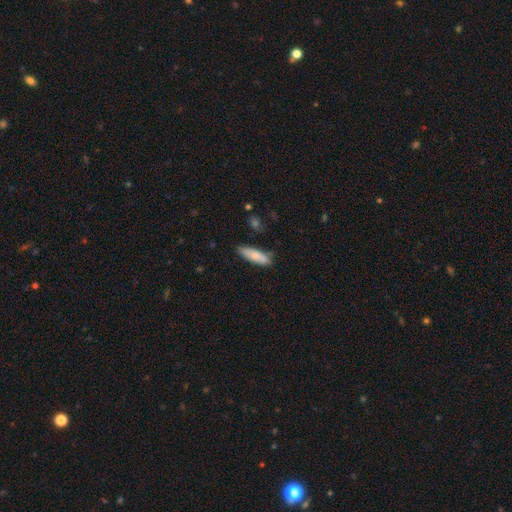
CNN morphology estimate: This is likely a smooth galaxy (74%). How rounded: possibly in between (51%). Merging: likely none (77%).